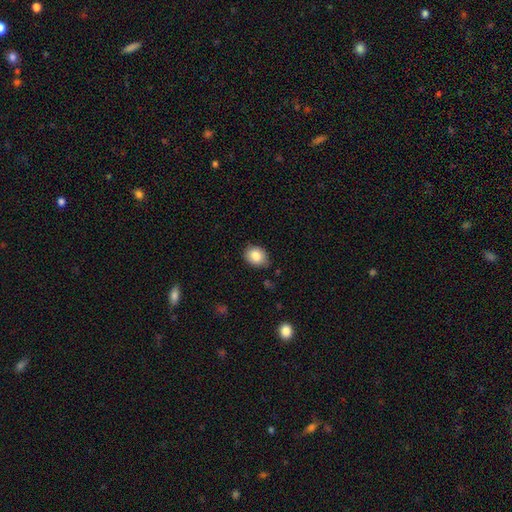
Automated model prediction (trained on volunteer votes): Q: Smooth or featured?
A: smooth (85%); runner-up: star or artifact (8%)
Q: How rounded?
A: in between (54%); runner-up: round (45%)
Q: Merging?
A: none (79%); runner-up: minor disturbance (17%)